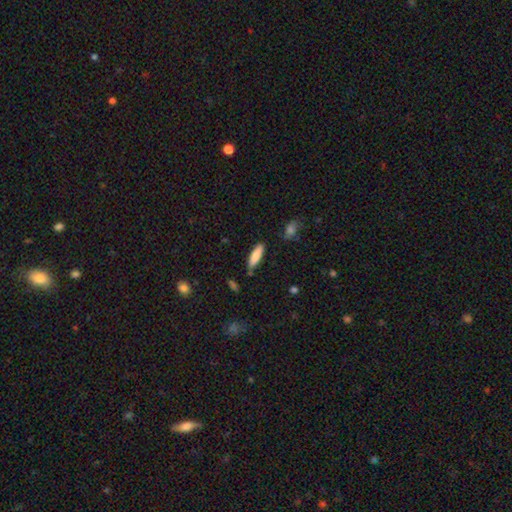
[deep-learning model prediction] Smooth or featured: smooth — 82% (featured or disk — 11%)
How rounded: cigar-shaped — 56% (in between — 43%)
Merging: none — 80% (minor disturbance — 14%)